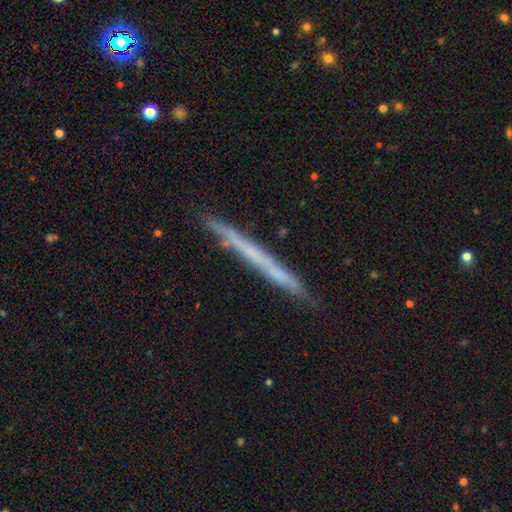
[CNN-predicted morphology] Q: Smooth or featured?
A: featured or disk (54%); runner-up: smooth (40%)
Q: Edge-on disk?
A: yes (96%); runner-up: no (4%)
Q: Edge-on bulge?
A: none (92%); runner-up: rounded (6%)
Q: Merging?
A: none (88%); runner-up: minor disturbance (9%)